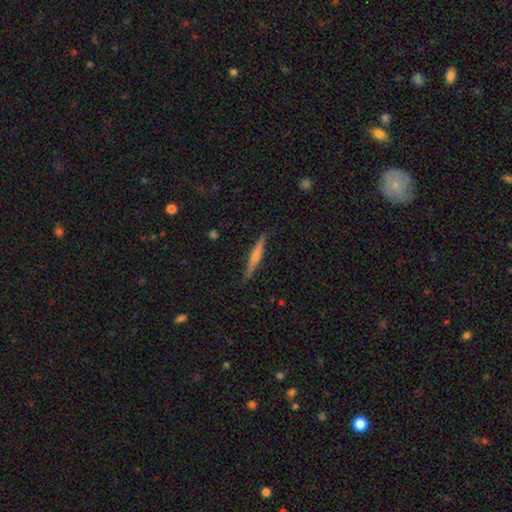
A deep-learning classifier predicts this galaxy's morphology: This appears to be a smooth galaxy with no disk features (48%). Merging: none (86%).